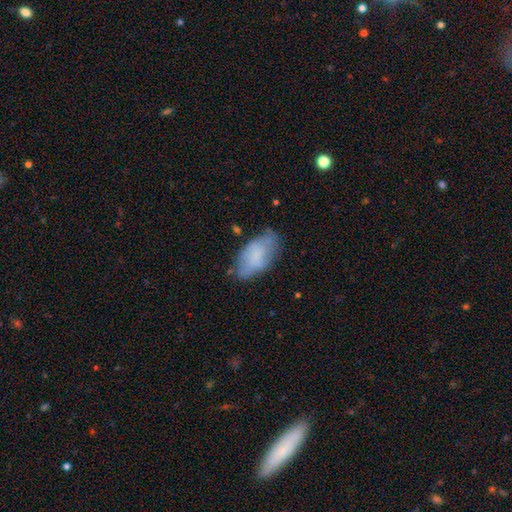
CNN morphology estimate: Smooth or featured?
  - smooth: 65% *
  - featured or disk: 27%
  - star or artifact: 8%
How rounded?
  - in between: 94% *
  - cigar-shaped: 4%
  - round: 3%
Merging?
  - none: 62% *
  - minor disturbance: 27%
  - major disturbance: 8%
  - merger: 2%